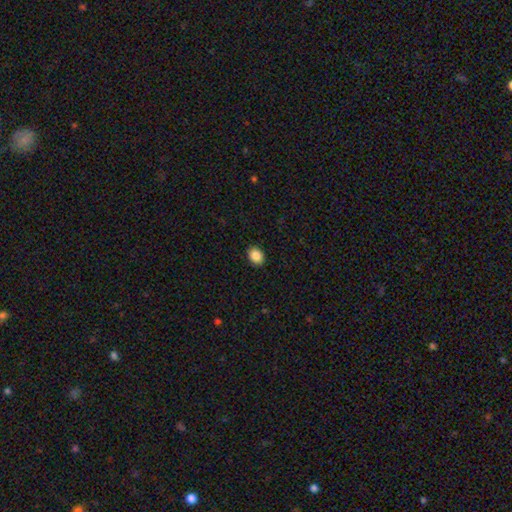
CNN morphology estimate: Overall: smooth (87%). How rounded: in between (57%; round 42%). Merging: none (90%).